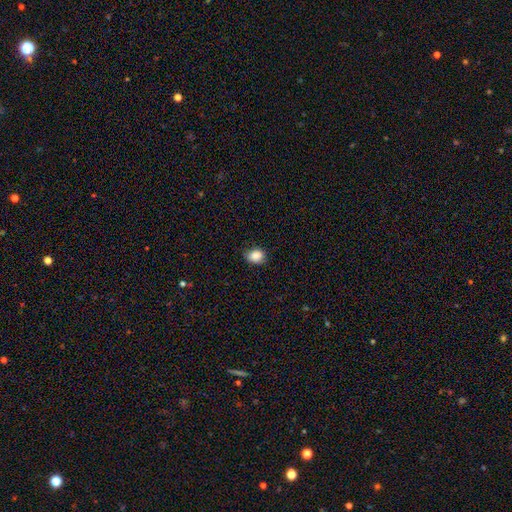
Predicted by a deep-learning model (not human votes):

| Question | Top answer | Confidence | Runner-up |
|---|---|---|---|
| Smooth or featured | smooth | 87% | star or artifact (9%) |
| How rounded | in between | 55% | round (44%) |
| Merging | none | 77% | minor disturbance (19%) |